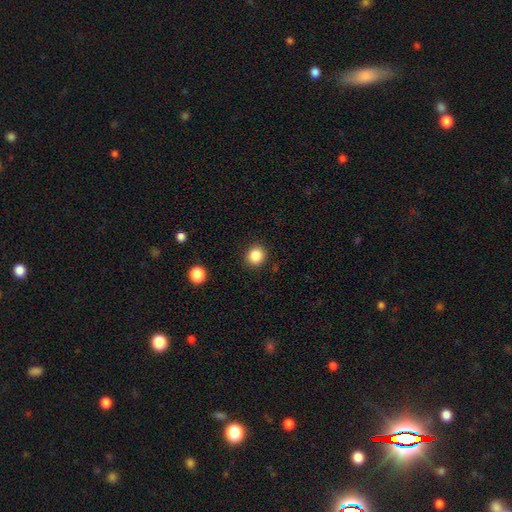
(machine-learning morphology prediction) Smooth or featured: smooth — 86% (star or artifact — 10%)
How rounded: round — 86% (in between — 13%)
Merging: none — 90% (minor disturbance — 7%)